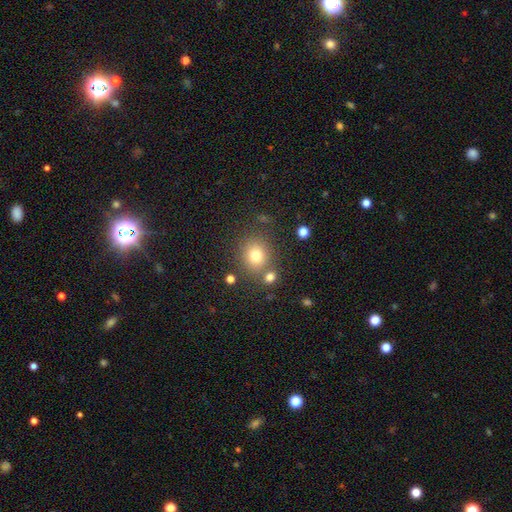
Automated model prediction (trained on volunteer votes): smooth 77%, star or artifact 14%, featured or disk 9%. Down the decision tree: how rounded — round (77%); merging — none (73%).